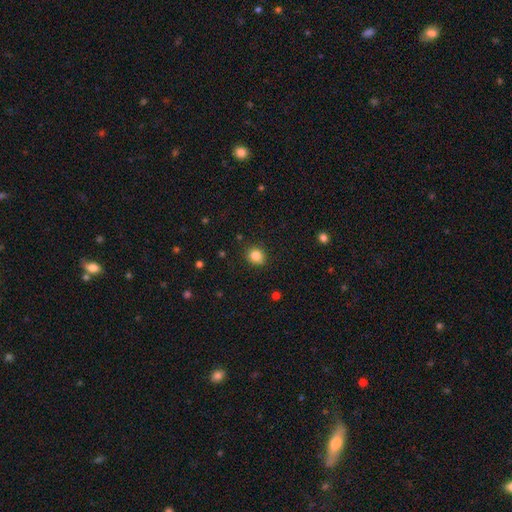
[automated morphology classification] smooth-or-featured: smooth: 83% | star or artifact: 12% | featured or disk: 5%
  how-rounded: round: 80% | in between: 20% | cigar-shaped: 1%
  merging: none: 85% | minor disturbance: 11% | major disturbance: 2% | merger: 2%